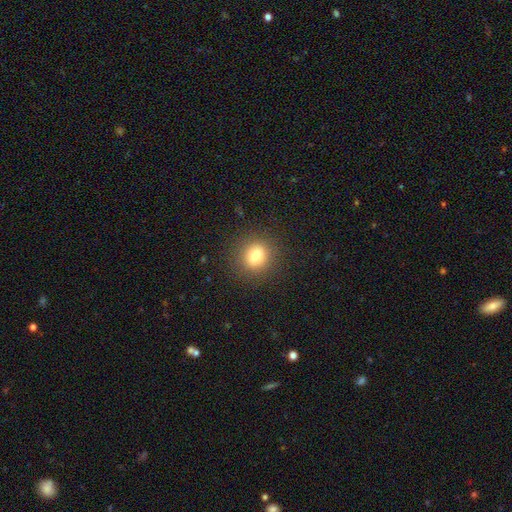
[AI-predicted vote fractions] Smooth or featured: smooth — 82% (star or artifact — 11%)
How rounded: round — 77% (in between — 22%)
Merging: none — 88% (minor disturbance — 8%)